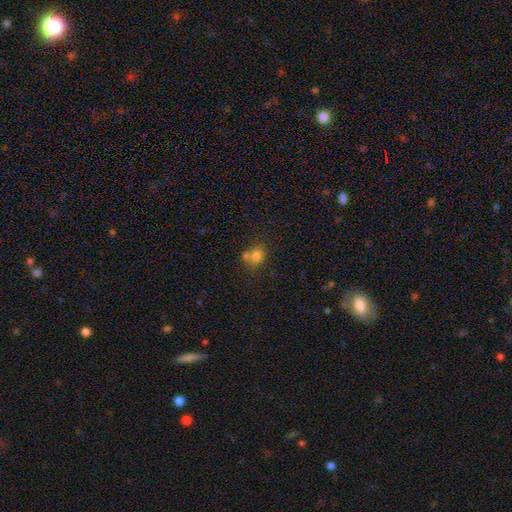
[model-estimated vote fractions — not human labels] The model was most divided on "merging": none: 49%, merger: 35%, minor disturbance: 11%, major disturbance: 4%. More confident: smooth or featured — smooth (76%); how rounded — round (65%).